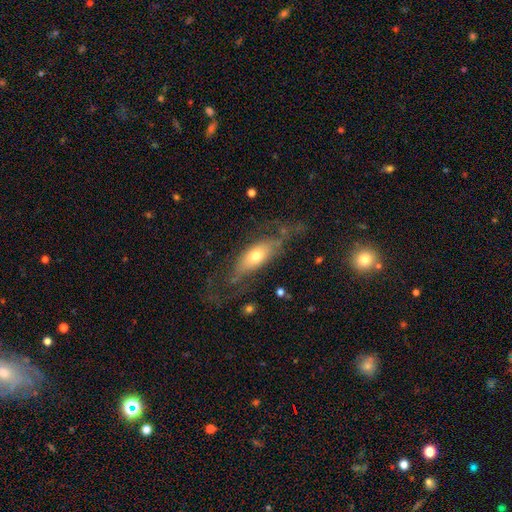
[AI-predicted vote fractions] A smooth galaxy with no disk features (48%).

Vote fractions:
- Smooth or featured? smooth: 48% / featured or disk: 45% / star or artifact: 7%
- Merging? none: 51% / major disturbance: 24% / minor disturbance: 23% / merger: 3%